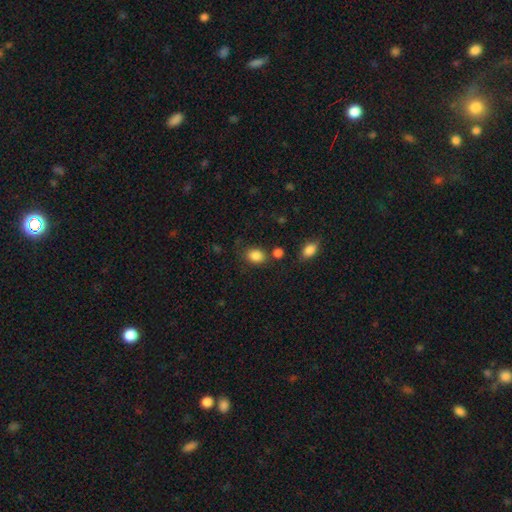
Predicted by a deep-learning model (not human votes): Morphology: type=smooth (85%); roundness=in between (56%); merging=none (69%).